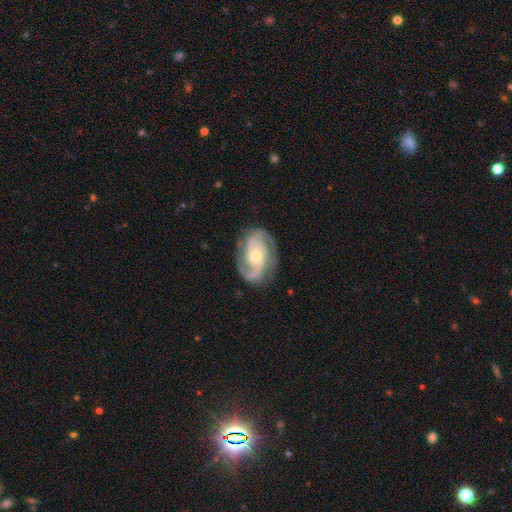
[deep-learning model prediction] Morphology: type=featured or disk (91%); edge-on=no (97%); bar=no (60%); spiral arms=yes (98%); winding=medium (53%); arm count=2 (81%); bulge=moderate (48%); merging=none (80%).